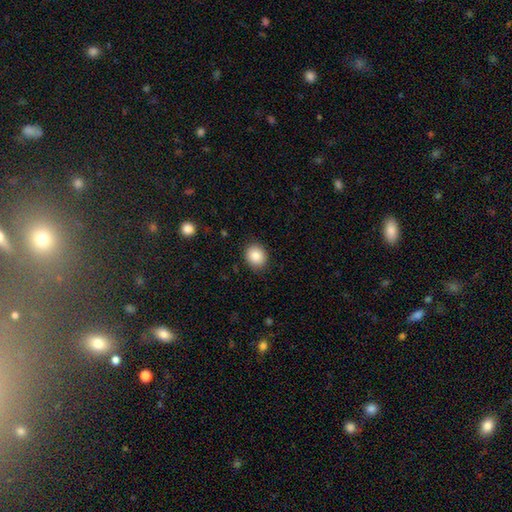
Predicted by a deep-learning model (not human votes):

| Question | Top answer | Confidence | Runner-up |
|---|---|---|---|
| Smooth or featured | smooth | 86% | star or artifact (9%) |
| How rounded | round | 74% | in between (25%) |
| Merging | none | 89% | minor disturbance (8%) |